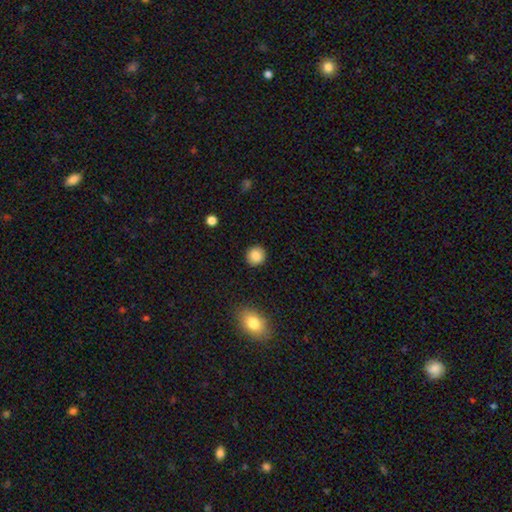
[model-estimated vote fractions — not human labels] Q: Smooth or featured?
A: smooth (86%); runner-up: star or artifact (9%)
Q: How rounded?
A: round (90%); runner-up: in between (9%)
Q: Merging?
A: none (91%); runner-up: minor disturbance (6%)